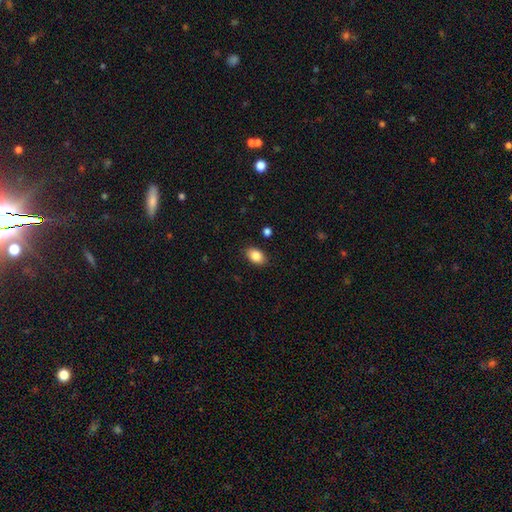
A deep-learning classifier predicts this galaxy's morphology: smooth-or-featured: smooth: 87% | star or artifact: 8% | featured or disk: 5%
  how-rounded: in between: 85% | round: 14% | cigar-shaped: 1%
  merging: none: 86% | minor disturbance: 10% | major disturbance: 2% | merger: 1%